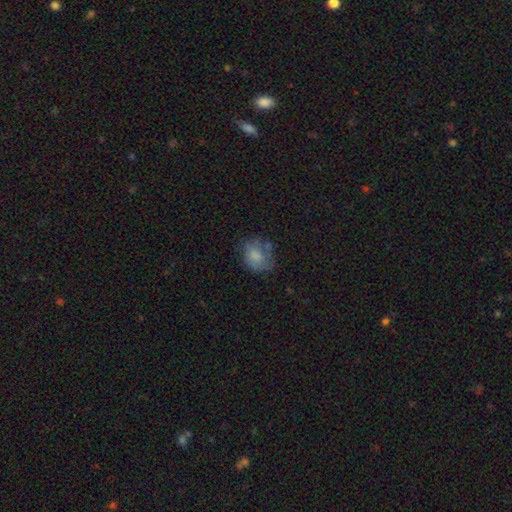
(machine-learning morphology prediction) smooth-or-featured: smooth: 70% | featured or disk: 20% | star or artifact: 9%
  how-rounded: in between: 53% | round: 46% | cigar-shaped: 1%
  merging: none: 48% | minor disturbance: 29% | major disturbance: 17% | merger: 6%